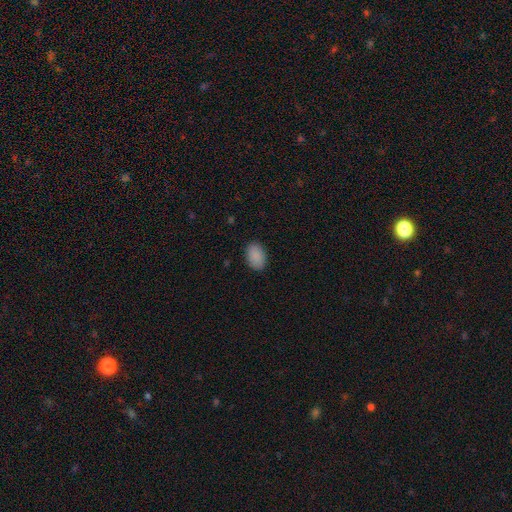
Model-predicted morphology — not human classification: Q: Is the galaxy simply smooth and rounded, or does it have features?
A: smooth — 90%.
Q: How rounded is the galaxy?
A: in between — 88%.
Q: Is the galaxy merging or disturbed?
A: none — 87%.